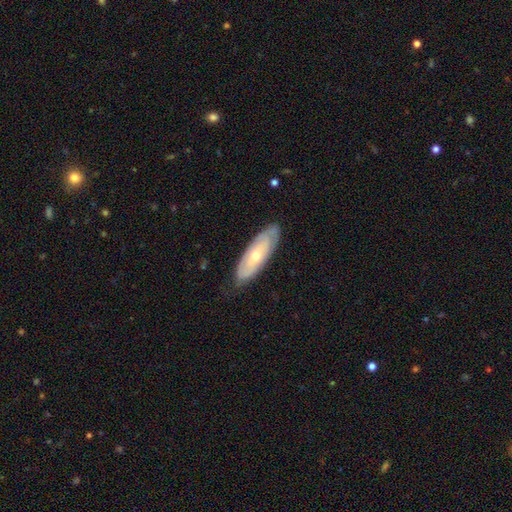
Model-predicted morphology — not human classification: Smooth or featured: featured or disk — 55% (smooth — 39%)
Edge-on disk: no — 73% (yes — 27%)
Merging: none — 79% (minor disturbance — 17%)